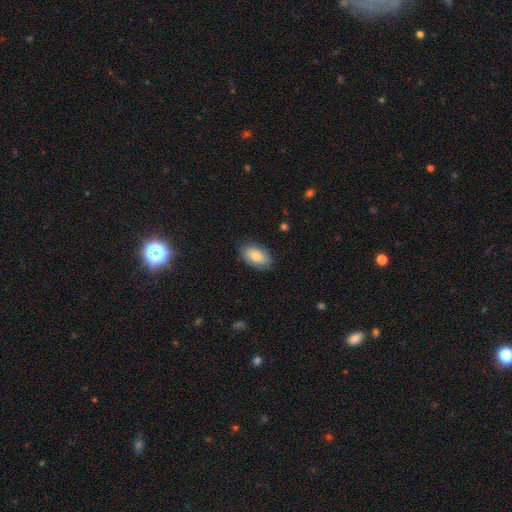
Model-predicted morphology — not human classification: smooth 76%, featured or disk 17%, star or artifact 7%. Down the decision tree: how rounded — in between (92%); merging — none (82%).